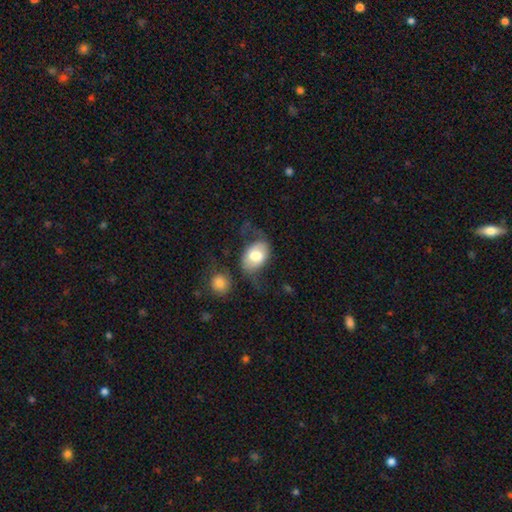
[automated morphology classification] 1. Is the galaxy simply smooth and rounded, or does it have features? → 61% smooth, 32% featured or disk, 6% star or artifact.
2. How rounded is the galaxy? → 83% in between, 15% round, 2% cigar-shaped.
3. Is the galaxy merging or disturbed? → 44% none, 25% major disturbance, 24% minor disturbance, 8% merger.